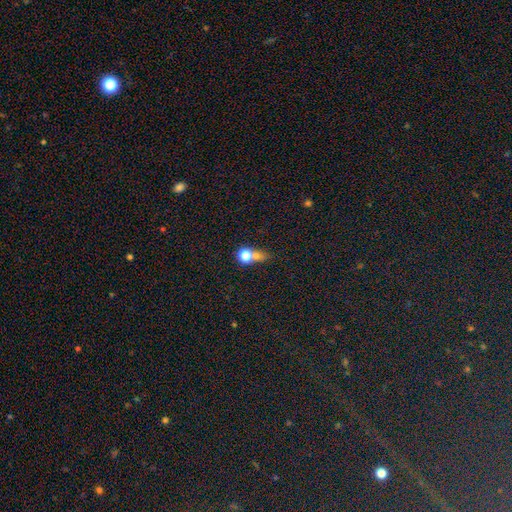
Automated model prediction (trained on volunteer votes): smooth 69%, star or artifact 17%, featured or disk 14%. Down the decision tree: how rounded — round (77%); merging — merger (51%).